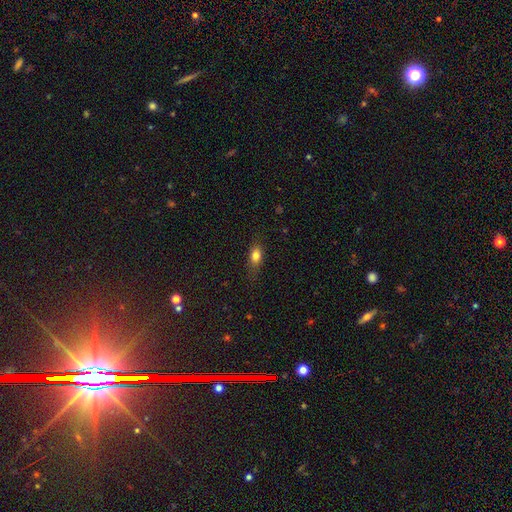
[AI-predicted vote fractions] Smooth or featured? smooth (79%)
How rounded? in between (74%)
Merging? none (73%)